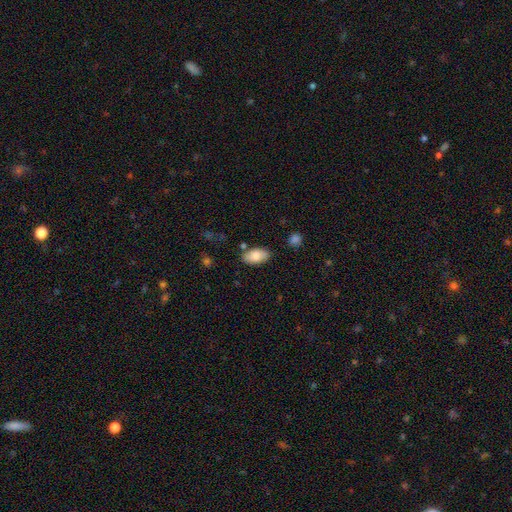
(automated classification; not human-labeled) smooth_or_featured: smooth (p=0.82) [alt: featured or disk p=0.11]
how_rounded: in between (p=0.94) [alt: round p=0.03]
merging: none (p=0.81) [alt: minor disturbance p=0.13]